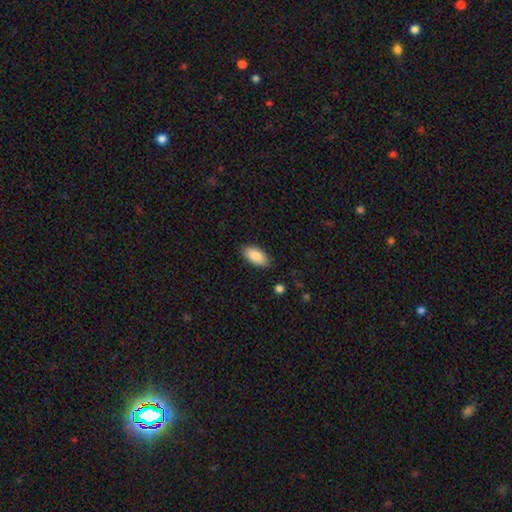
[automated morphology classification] This appears to be a smooth galaxy with no disk features (85%) that is in between round and cigar-shaped (93%). Merging: none (86%).